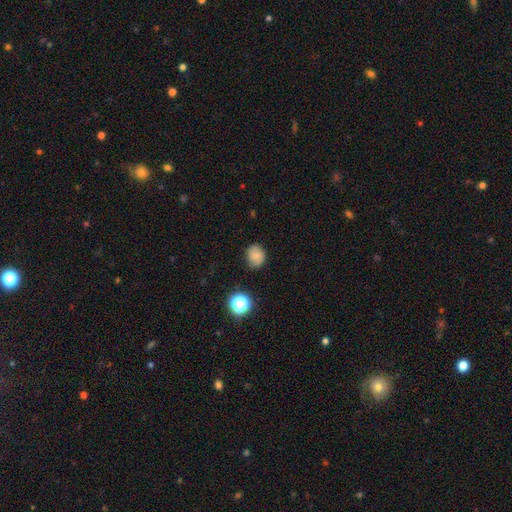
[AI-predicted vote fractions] smooth 70%, featured or disk 17%, star or artifact 13%. Down the decision tree: how rounded — round (70%); merging — none (75%).